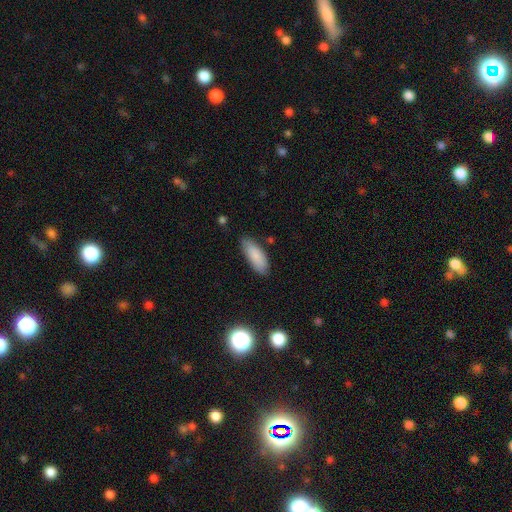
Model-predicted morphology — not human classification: Smooth or featured? Predicted: smooth (p=0.86). How rounded? Predicted: in between (p=0.74). Merging? Predicted: none (p=0.81).